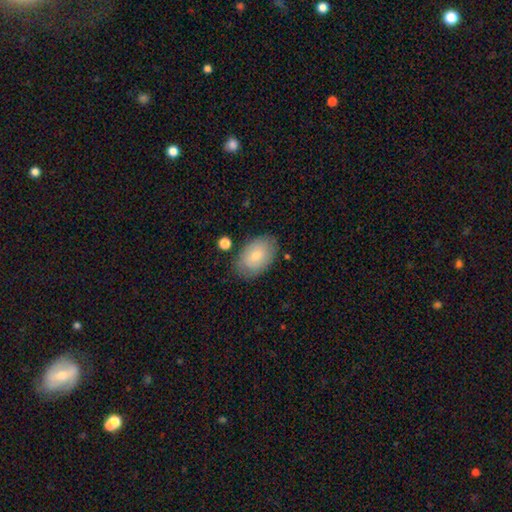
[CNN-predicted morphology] smooth 71%, featured or disk 22%, star or artifact 7%. Down the decision tree: how rounded — in between (89%); merging — none (80%).